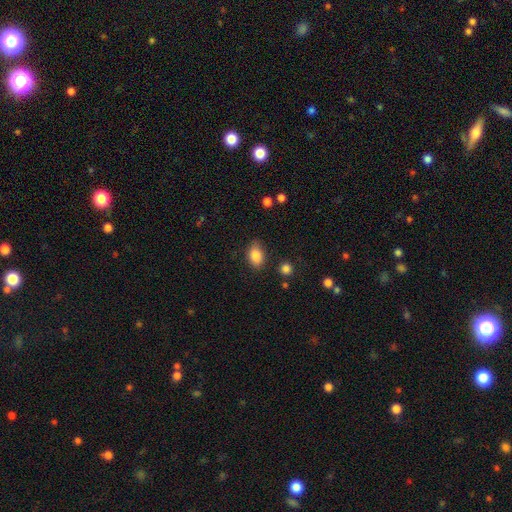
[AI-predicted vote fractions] smooth 86%, star or artifact 9%, featured or disk 5%. Down the decision tree: how rounded — in between (83%); merging — none (78%).